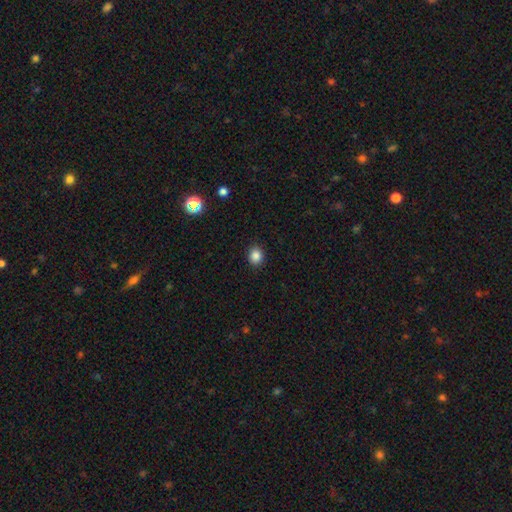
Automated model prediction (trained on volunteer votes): Q: Smooth or featured?
A: smooth (85%); runner-up: star or artifact (11%)
Q: How rounded?
A: round (75%); runner-up: in between (24%)
Q: Merging?
A: none (91%); runner-up: minor disturbance (6%)